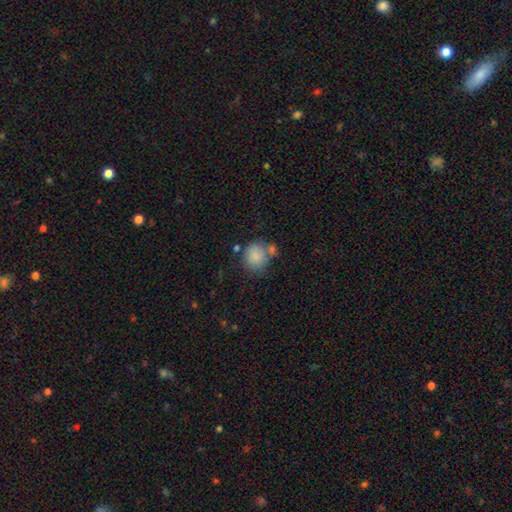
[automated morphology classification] smooth_or_featured: smooth (p=0.83) [alt: star or artifact p=0.09]
how_rounded: round (p=0.83) [alt: in between p=0.16]
merging: none (p=0.57) [alt: merger p=0.19]